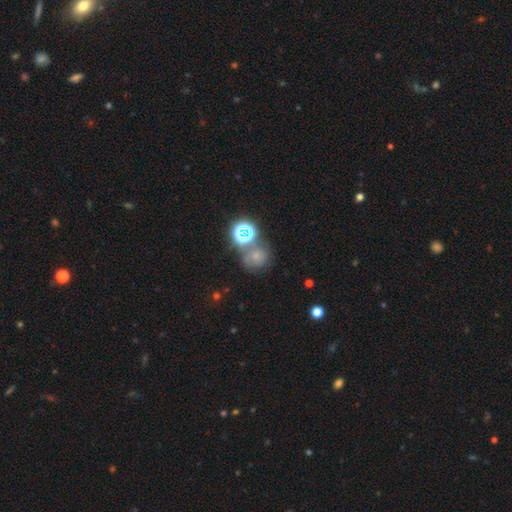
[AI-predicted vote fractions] A smooth galaxy with no disk features (56%) that is round (84%). Merging: none (53%).